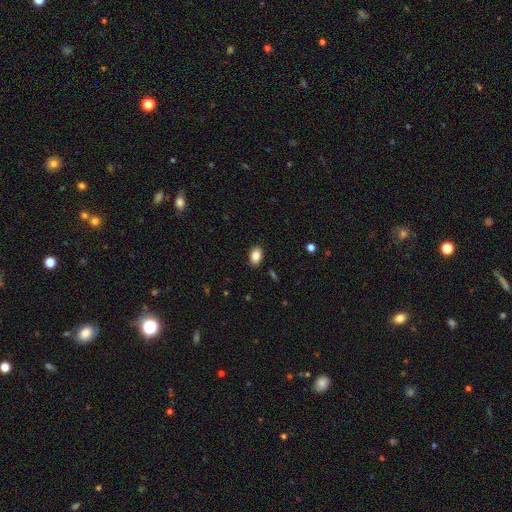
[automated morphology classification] Overall: smooth (86%). How rounded: in between (85%). Merging: none (88%).